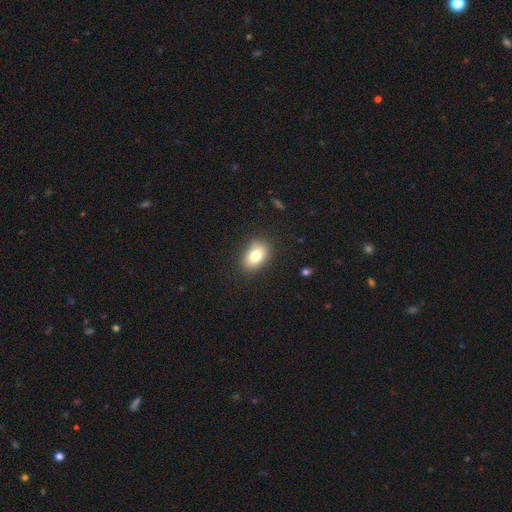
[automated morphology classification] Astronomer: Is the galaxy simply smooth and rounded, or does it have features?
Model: smooth — 80%.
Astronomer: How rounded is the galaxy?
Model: in between — 85%.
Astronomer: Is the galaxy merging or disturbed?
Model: none — 85%.